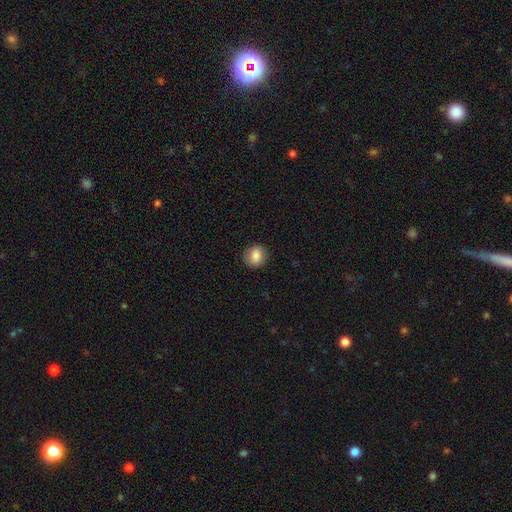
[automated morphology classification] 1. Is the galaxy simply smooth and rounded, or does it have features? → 84% smooth, 9% star or artifact, 8% featured or disk.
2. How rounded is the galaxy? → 78% round, 21% in between, 1% cigar-shaped.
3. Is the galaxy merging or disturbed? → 86% none, 10% minor disturbance, 3% major disturbance, 1% merger.